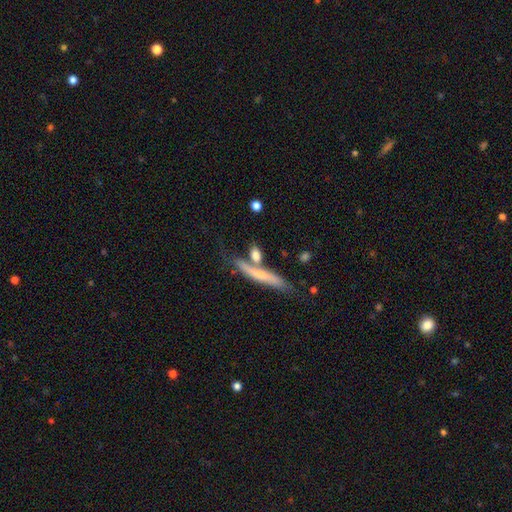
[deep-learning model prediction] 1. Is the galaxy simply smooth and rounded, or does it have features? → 69% smooth, 24% featured or disk, 7% star or artifact.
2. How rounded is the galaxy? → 55% cigar-shaped, 32% in between, 13% round.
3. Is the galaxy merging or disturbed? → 52% none, 27% merger, 14% minor disturbance, 7% major disturbance.